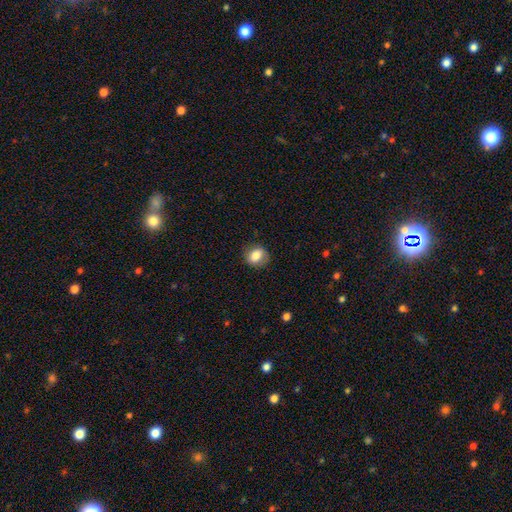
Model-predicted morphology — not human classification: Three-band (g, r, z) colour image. It shows a smooth galaxy with no disk features (78%) that is round (54%). Merging: none (79%).